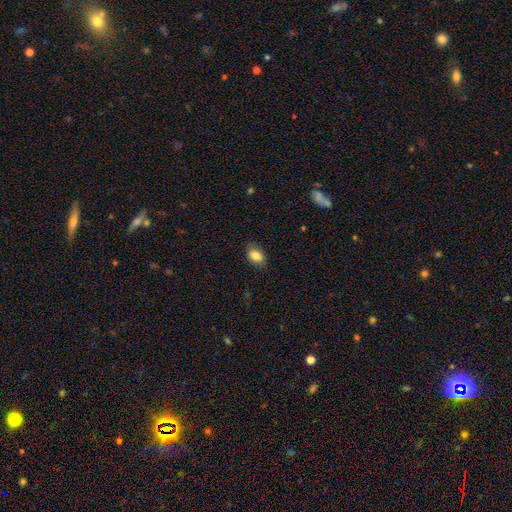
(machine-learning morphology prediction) Smooth or featured? Predicted: smooth (p=0.85). How rounded? Predicted: in between (p=0.83). Merging? Predicted: none (p=0.82).